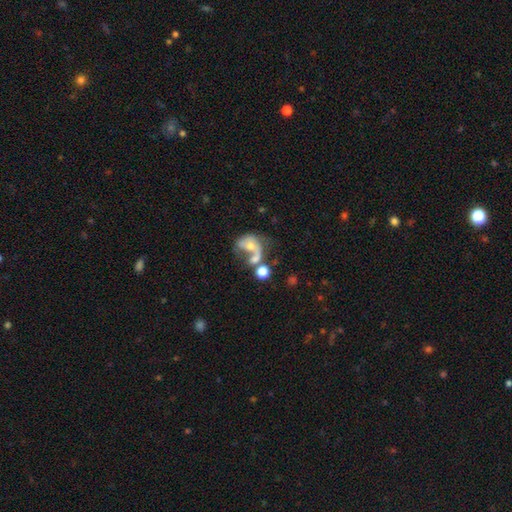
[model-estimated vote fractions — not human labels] Smooth or featured? featured or disk (54%)
Edge-on disk? no (97%)
Bar? no (71%)
Spiral arms? yes (62%)
Bulge size? moderate (45%)
Merging? merger (37%)